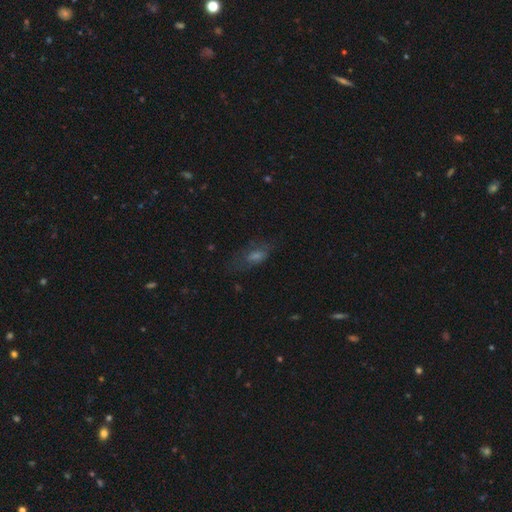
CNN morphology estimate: Smooth or featured? Predicted: smooth (p=0.44). Merging? Predicted: none (p=0.64).